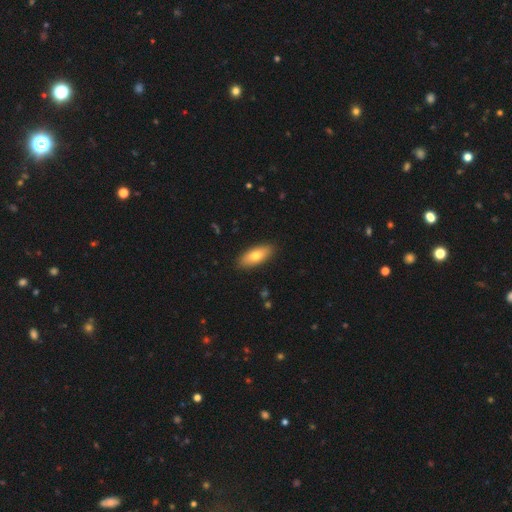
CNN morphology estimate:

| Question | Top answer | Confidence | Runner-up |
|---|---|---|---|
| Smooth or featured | smooth | 73% | featured or disk (21%) |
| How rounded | in between | 78% | cigar-shaped (19%) |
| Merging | none | 89% | minor disturbance (8%) |